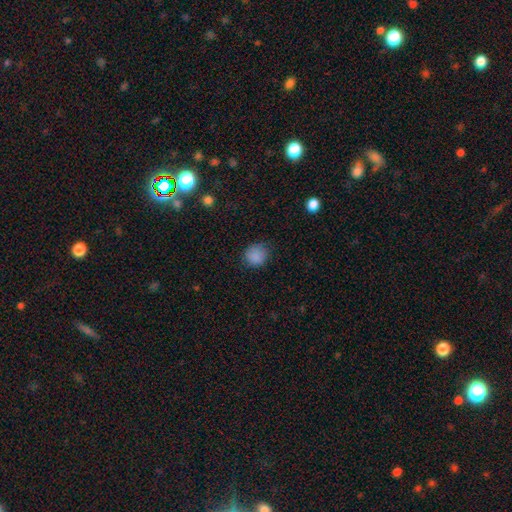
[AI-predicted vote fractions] Smooth or featured: smooth — 85% (star or artifact — 10%)
How rounded: round — 80% (in between — 19%)
Merging: none — 75% (minor disturbance — 19%)